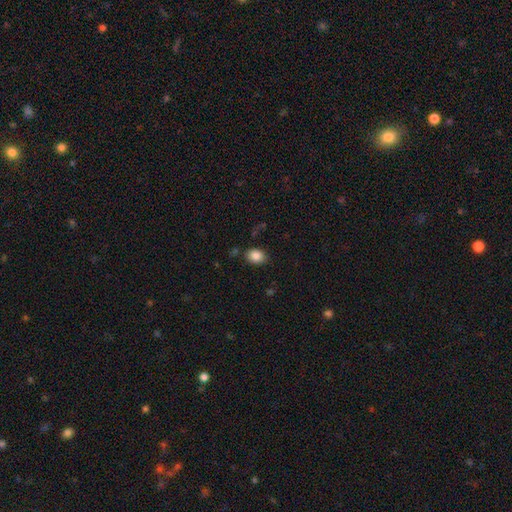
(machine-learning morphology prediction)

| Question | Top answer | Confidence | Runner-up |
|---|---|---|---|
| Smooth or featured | smooth | 87% | star or artifact (9%) |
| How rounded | in between | 67% | round (32%) |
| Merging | none | 80% | minor disturbance (14%) |